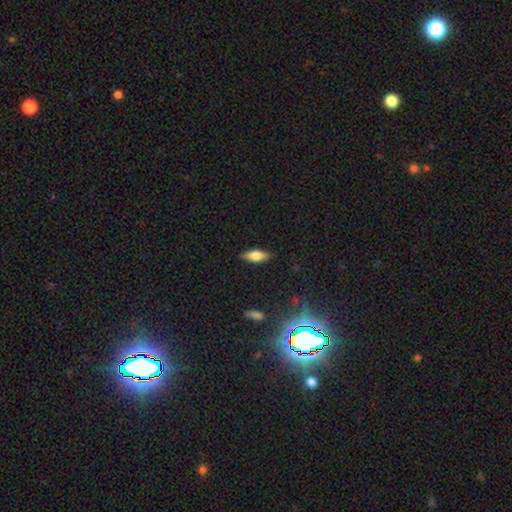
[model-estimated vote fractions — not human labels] Smooth or featured: smooth — 68% (featured or disk — 24%)
How rounded: in between — 74% (cigar-shaped — 23%)
Merging: none — 85% (minor disturbance — 11%)